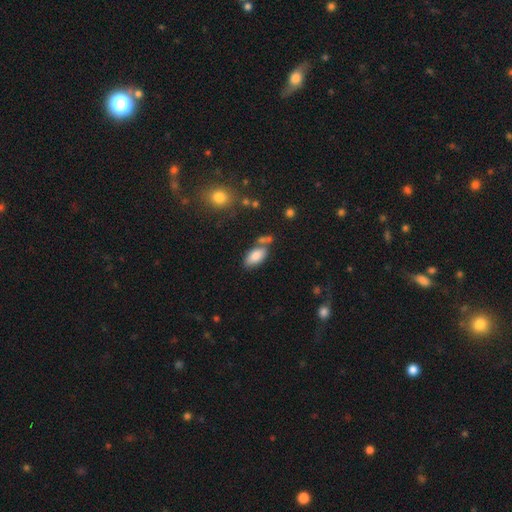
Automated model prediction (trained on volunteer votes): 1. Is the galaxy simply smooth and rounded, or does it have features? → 84% smooth, 9% featured or disk, 7% star or artifact.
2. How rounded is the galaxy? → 92% in between, 5% cigar-shaped, 3% round.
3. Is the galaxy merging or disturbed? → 62% none, 17% merger, 16% minor disturbance, 5% major disturbance.